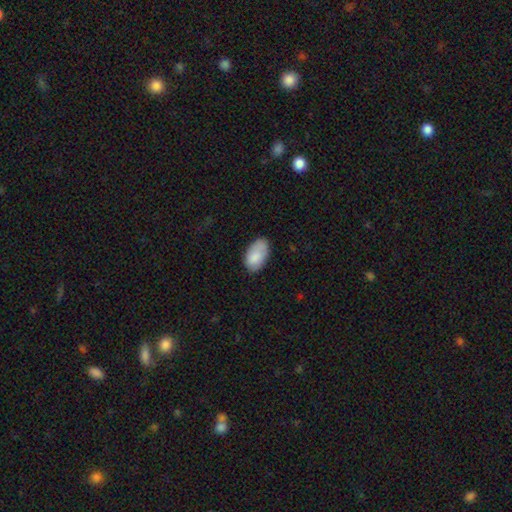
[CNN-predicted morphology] Smooth or featured?
  - smooth: 85% *
  - featured or disk: 8%
  - star or artifact: 6%
How rounded?
  - in between: 94% *
  - round: 4%
  - cigar-shaped: 1%
Merging?
  - none: 72% *
  - minor disturbance: 22%
  - major disturbance: 5%
  - merger: 1%